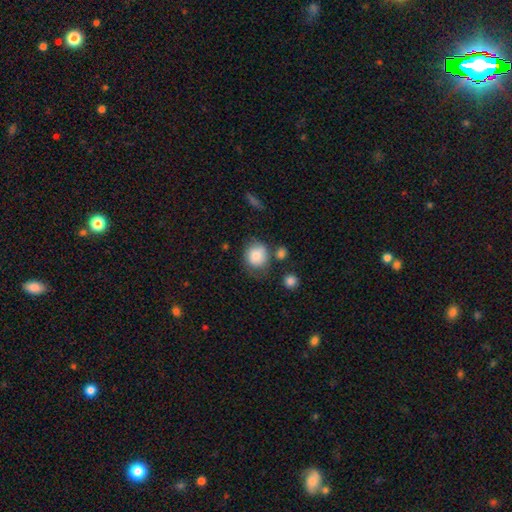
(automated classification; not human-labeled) Smooth or featured: smooth — 82% (featured or disk — 10%)
How rounded: round — 75% (in between — 24%)
Merging: none — 58% (minor disturbance — 23%)